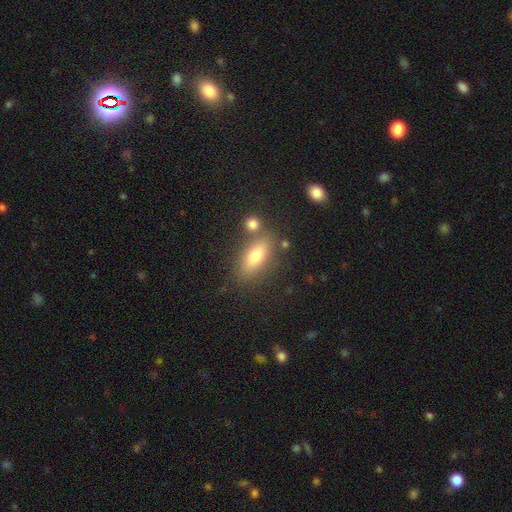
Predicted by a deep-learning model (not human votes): This is likely a smooth galaxy (72%). How rounded: likely in between (75%). Merging: likely none (72%).